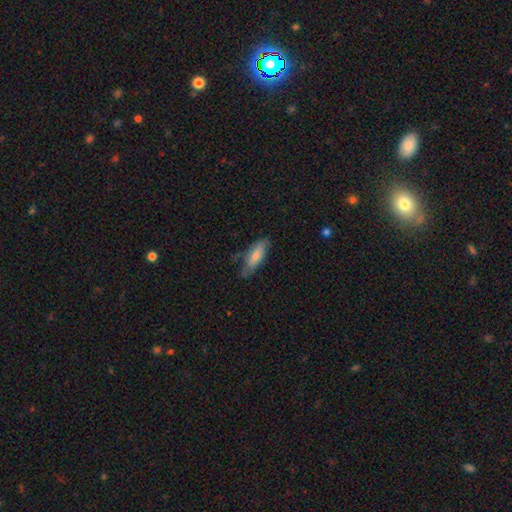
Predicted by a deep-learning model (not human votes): A smooth galaxy with no disk features (70%) that is in between round and cigar-shaped (66%). Merging: none (56%).